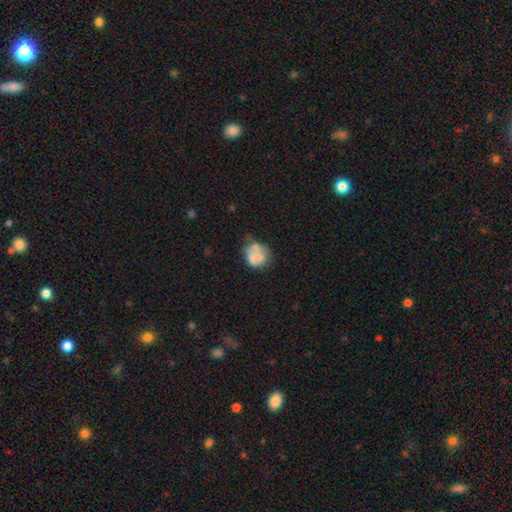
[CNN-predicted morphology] A smooth galaxy with no disk features (58%) that is round (70%). Merging: none (35%).